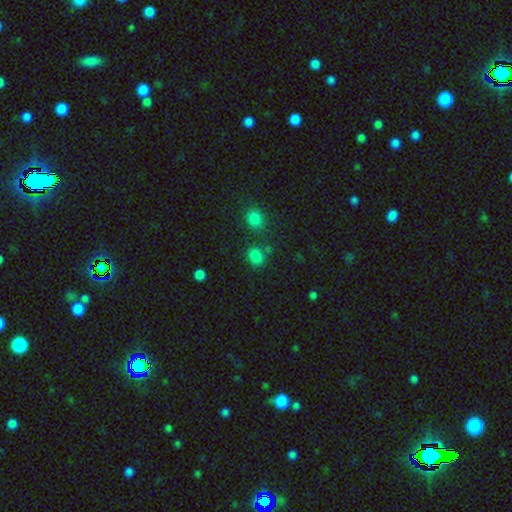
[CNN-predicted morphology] This appears to be a smooth galaxy with no disk features (78%) that is round (50%). Merging: none (67%).